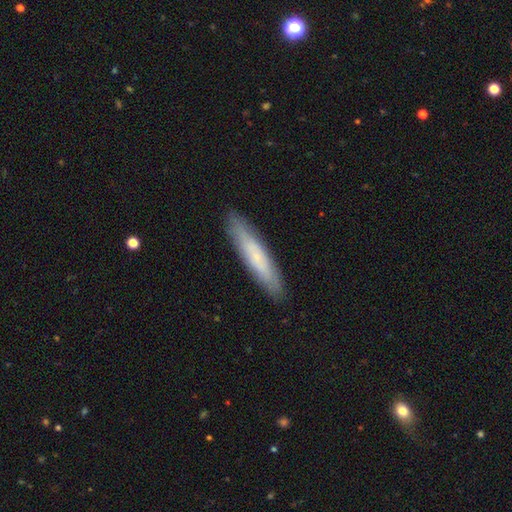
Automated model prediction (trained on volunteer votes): Smooth or featured?
  - smooth: 60% *
  - featured or disk: 34%
  - star or artifact: 7%
How rounded?
  - cigar-shaped: 89% *
  - in between: 10%
  - round: 1%
Merging?
  - none: 89% *
  - minor disturbance: 8%
  - major disturbance: 2%
  - merger: 1%